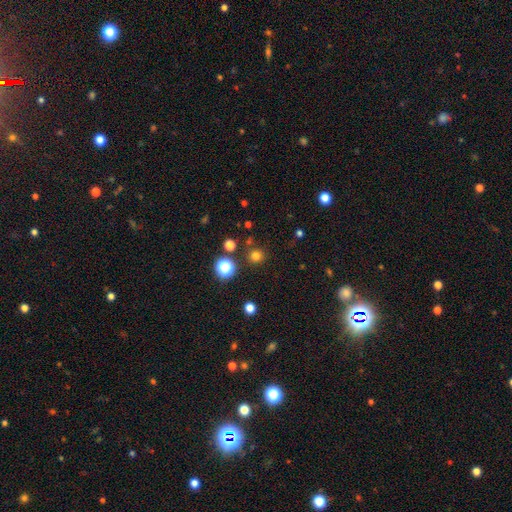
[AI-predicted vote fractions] Overall: smooth (74%). How rounded: round (94%). Merging: none (86%).